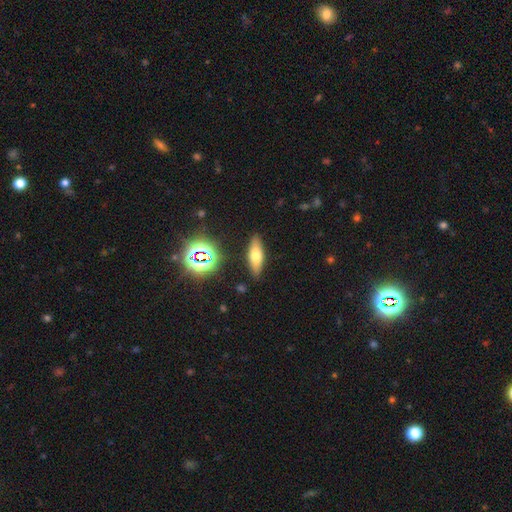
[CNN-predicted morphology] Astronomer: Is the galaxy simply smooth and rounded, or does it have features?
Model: smooth — 58%.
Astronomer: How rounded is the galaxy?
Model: in between — 53% (runner-up: cigar-shaped, 43%).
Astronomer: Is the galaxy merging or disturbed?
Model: none — 86%.